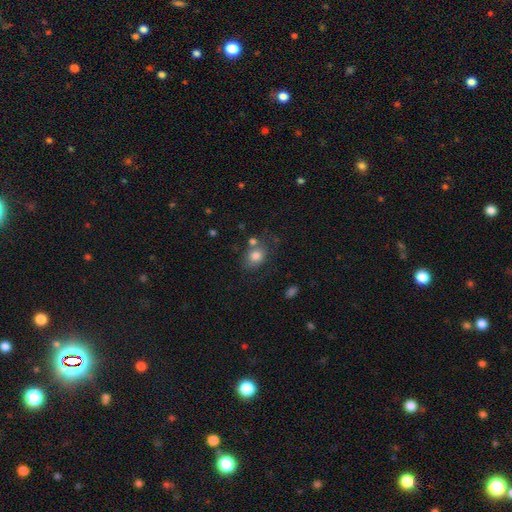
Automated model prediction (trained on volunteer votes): Q: Smooth or featured?
A: smooth (79%); runner-up: featured or disk (11%)
Q: How rounded?
A: in between (51%); runner-up: round (48%)
Q: Merging?
A: none (56%); runner-up: minor disturbance (19%)